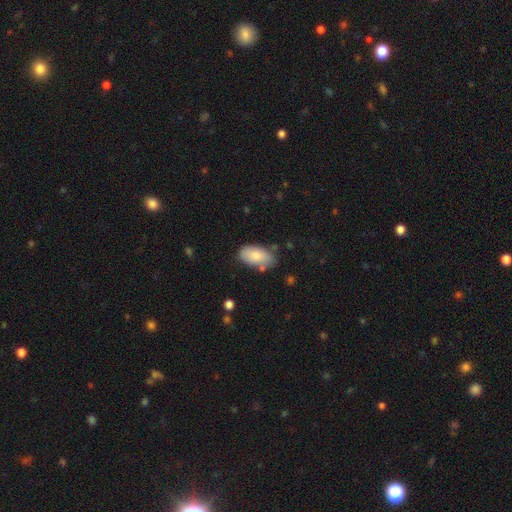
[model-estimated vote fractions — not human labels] Q: Smooth or featured?
A: smooth (83%); runner-up: featured or disk (11%)
Q: How rounded?
A: in between (95%); runner-up: round (3%)
Q: Merging?
A: none (71%); runner-up: minor disturbance (20%)